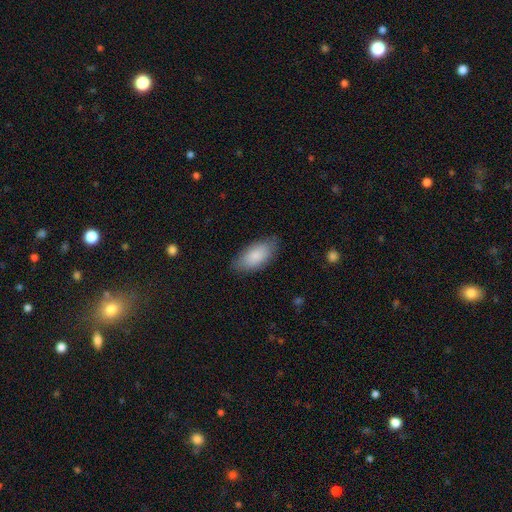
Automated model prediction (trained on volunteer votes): Q: Smooth or featured?
A: smooth (85%); runner-up: featured or disk (9%)
Q: How rounded?
A: in between (92%); runner-up: cigar-shaped (6%)
Q: Merging?
A: none (80%); runner-up: minor disturbance (16%)